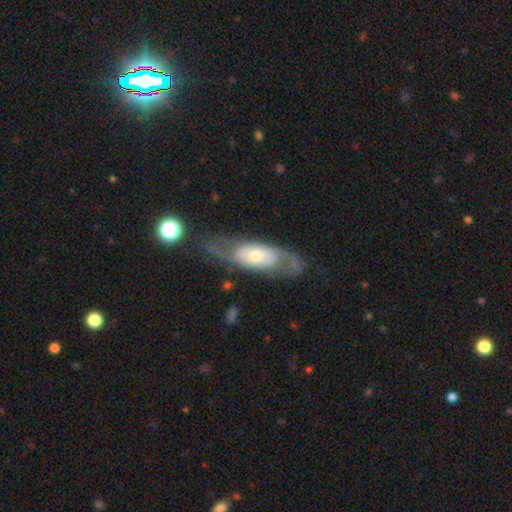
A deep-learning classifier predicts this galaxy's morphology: smooth-or-featured: featured or disk: 68% | smooth: 26% | star or artifact: 6%
  disk-edge-on: no: 82% | yes: 18%
    bar: no: 68% | weak: 25% | strong: 7%
    has-spiral-arms: yes: 75% | no: 25%
    bulge-size: moderate: 49% | small: 34% | large: 13% | dominant: 2% | none: 2%
  merging: none: 59% | minor disturbance: 20% | major disturbance: 17% | merger: 3%